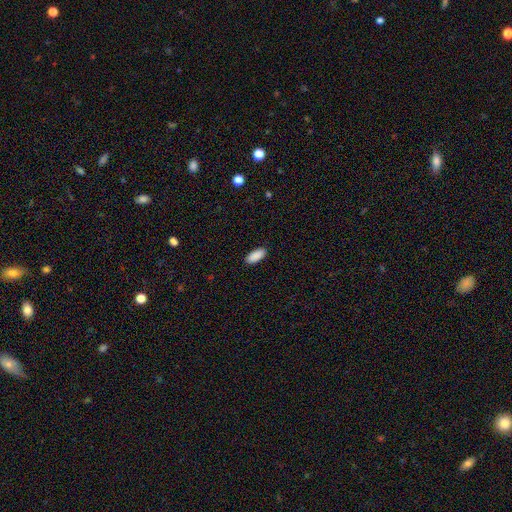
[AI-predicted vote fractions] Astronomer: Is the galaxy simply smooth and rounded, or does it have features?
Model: smooth — 91%.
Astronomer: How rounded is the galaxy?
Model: in between — 88%.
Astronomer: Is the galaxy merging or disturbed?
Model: none — 90%.